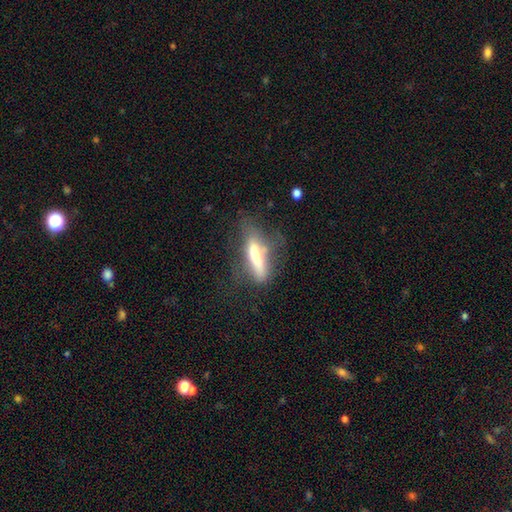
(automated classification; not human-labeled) The model was most divided on "smooth or featured": smooth: 49%, featured or disk: 43%, star or artifact: 8%. More confident: merging — none (51%).